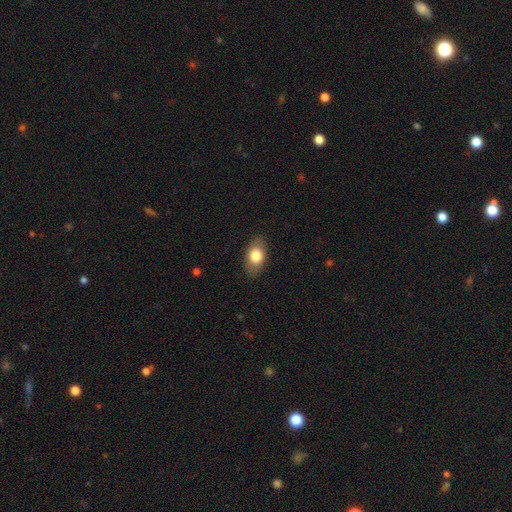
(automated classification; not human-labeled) Morphology: type=smooth (77%); roundness=in between (87%); merging=none (85%).